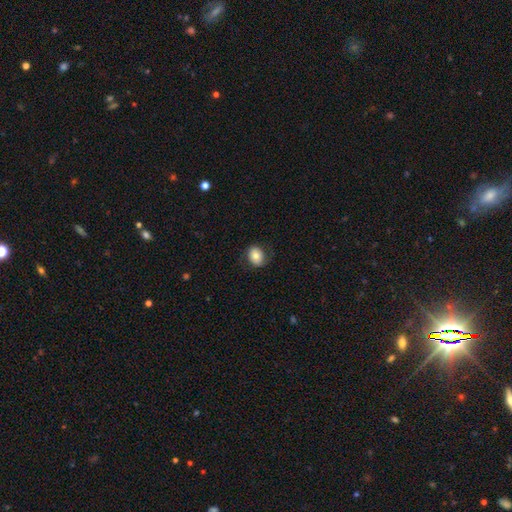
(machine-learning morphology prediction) A smooth galaxy with no disk features (74%) that is in between round and cigar-shaped (53%). Merging: none (77%).